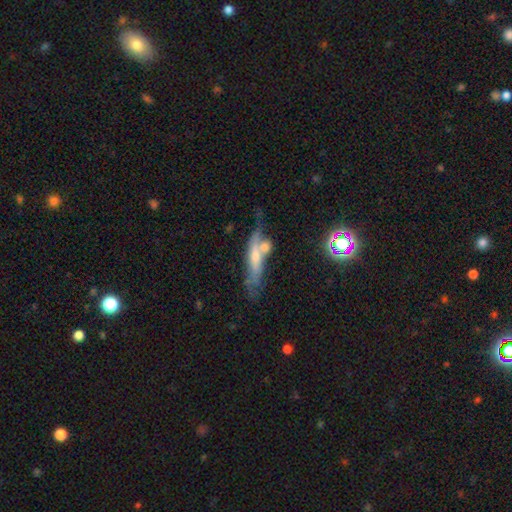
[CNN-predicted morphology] Smooth or featured?
  - featured or disk: 50% *
  - smooth: 40%
  - star or artifact: 11%
Merging?
  - none: 36% *
  - merger: 33%
  - minor disturbance: 19%
  - major disturbance: 11%